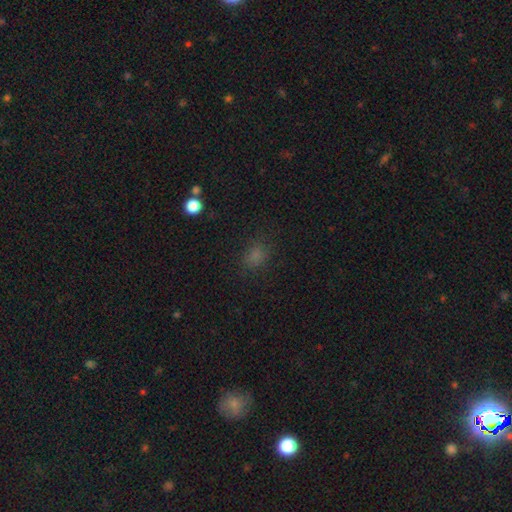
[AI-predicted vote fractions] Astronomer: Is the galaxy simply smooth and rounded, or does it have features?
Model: smooth — 74%.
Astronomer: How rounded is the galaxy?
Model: round — 51% (runner-up: in between, 48%).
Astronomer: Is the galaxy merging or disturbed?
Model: none — 79%.